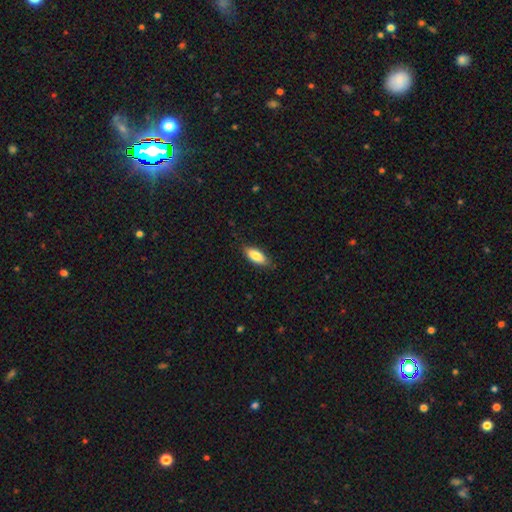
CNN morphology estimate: smooth-or-featured: smooth: 83% | featured or disk: 11% | star or artifact: 6%
  how-rounded: in between: 81% | cigar-shaped: 17% | round: 2%
  merging: none: 83% | minor disturbance: 13% | major disturbance: 2% | merger: 1%